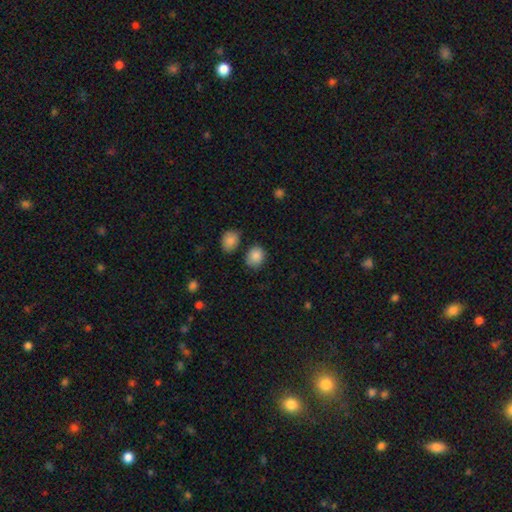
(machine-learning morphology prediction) The model was most divided on "how rounded": round: 63%, in between: 36%, cigar-shaped: 1%. More confident: smooth or featured — smooth (87%); merging — none (73%).